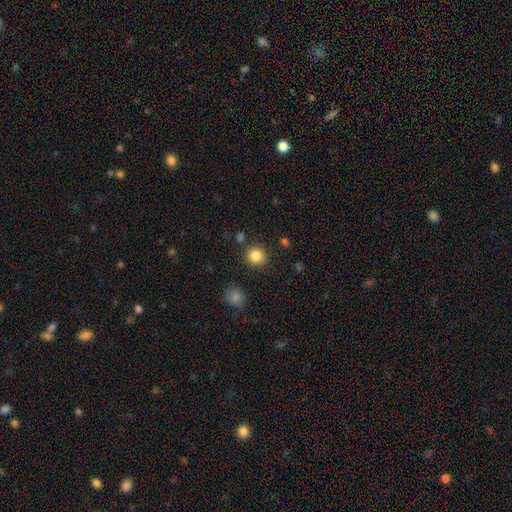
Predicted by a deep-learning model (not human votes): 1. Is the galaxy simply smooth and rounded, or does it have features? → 85% smooth, 11% star or artifact, 5% featured or disk.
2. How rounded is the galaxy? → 91% round, 8% in between, 1% cigar-shaped.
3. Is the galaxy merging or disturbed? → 86% none, 7% minor disturbance, 4% merger, 3% major disturbance.